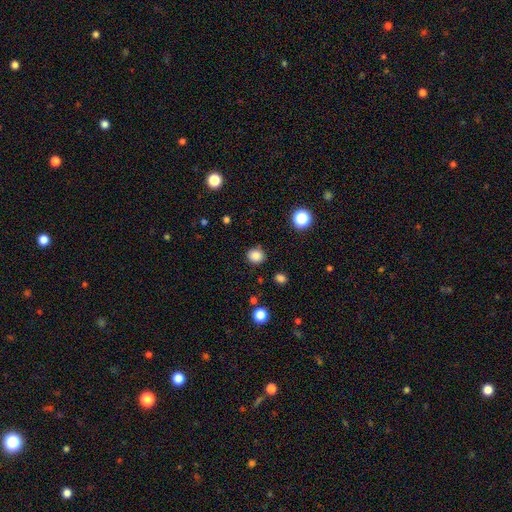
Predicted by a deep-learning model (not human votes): Morphology: type=smooth (85%); roundness=round (81%); merging=none (88%).